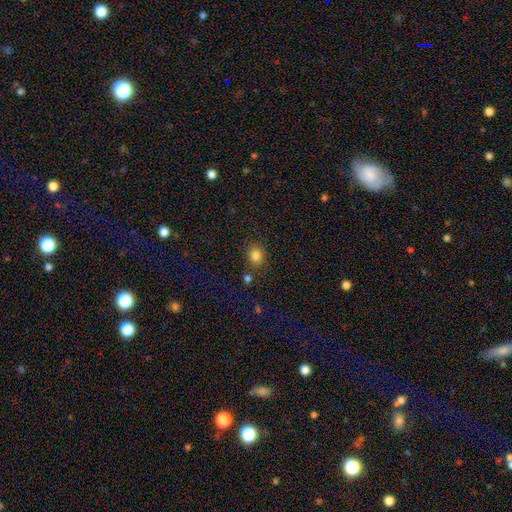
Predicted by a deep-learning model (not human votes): A smooth galaxy with no disk features (82%) that is round (73%). Merging: none (79%).